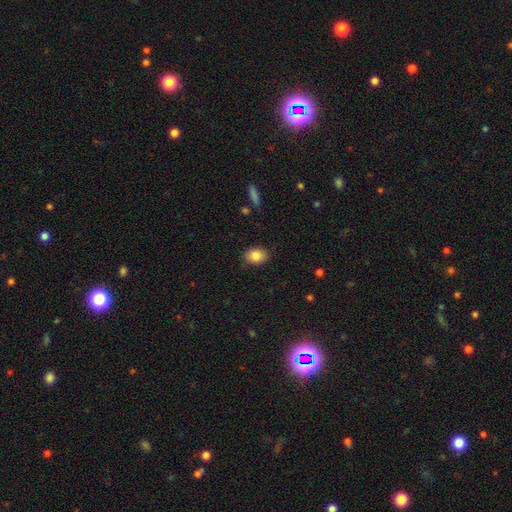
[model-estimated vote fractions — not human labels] Smooth or featured? smooth (84%)
How rounded? in between (76%)
Merging? none (86%)